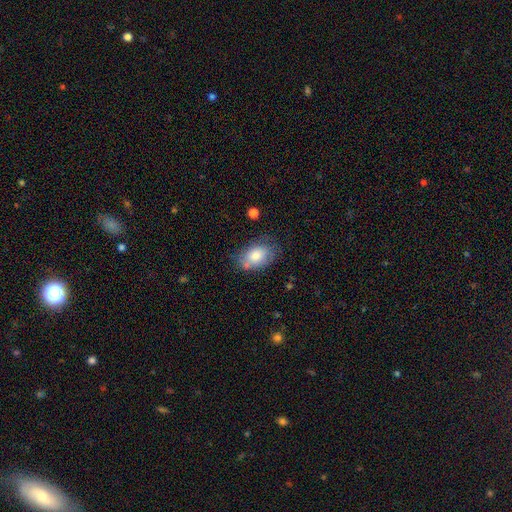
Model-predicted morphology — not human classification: Overall: smooth (75%). How rounded: in between (87%). Merging: none (61%; minor disturbance 26%).